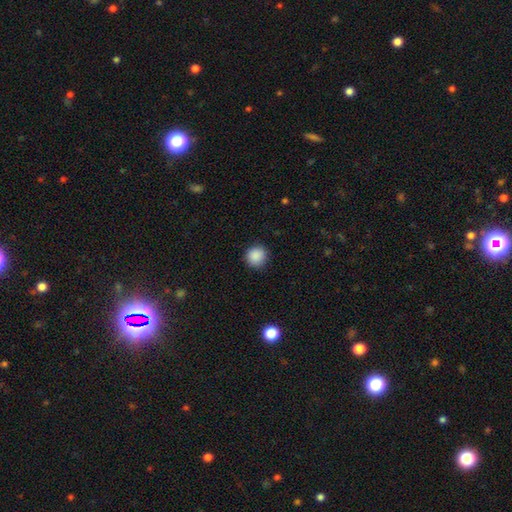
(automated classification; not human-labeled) A smooth galaxy with no disk features (88%) that is round (92%).

Vote fractions:
- Smooth or featured? smooth: 88% / star or artifact: 9% / featured or disk: 3%
- How rounded? round: 92% / in between: 7% / cigar-shaped: 1%
- Merging? none: 90% / minor disturbance: 7% / major disturbance: 2% / merger: 1%